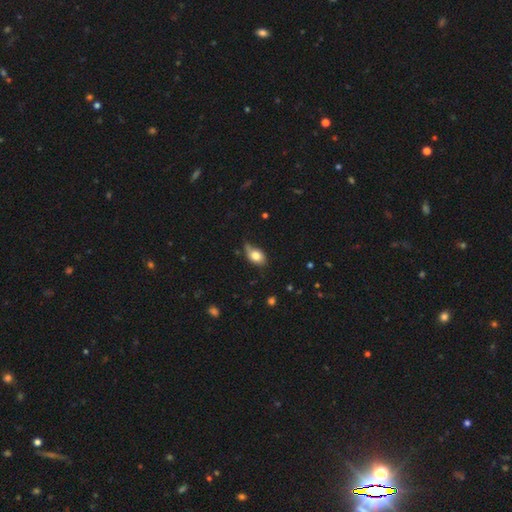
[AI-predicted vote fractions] smooth_or_featured: smooth (p=0.76) [alt: featured or disk p=0.16]
how_rounded: in between (p=0.83) [alt: round p=0.14]
merging: none (p=0.50) [alt: minor disturbance p=0.37]